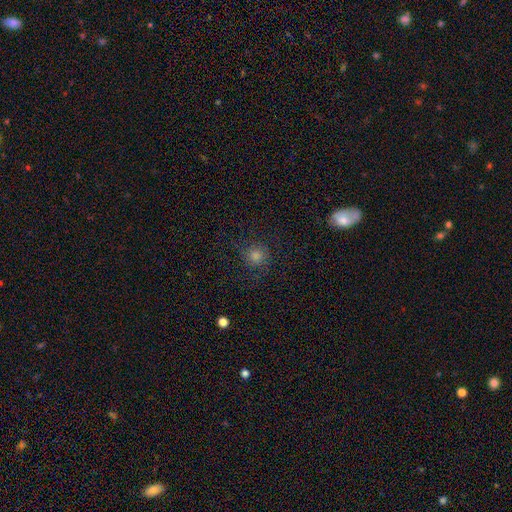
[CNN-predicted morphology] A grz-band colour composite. It shows a smooth galaxy with no disk features (61%) that is round (92%). Merging: none (78%).